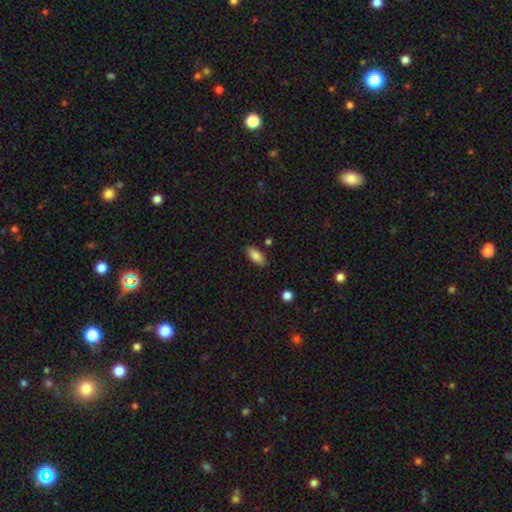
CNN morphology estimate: smooth-or-featured: smooth: 84% | featured or disk: 9% | star or artifact: 7%
  how-rounded: in between: 86% | cigar-shaped: 11% | round: 3%
  merging: none: 84% | minor disturbance: 11% | merger: 3% | major disturbance: 2%